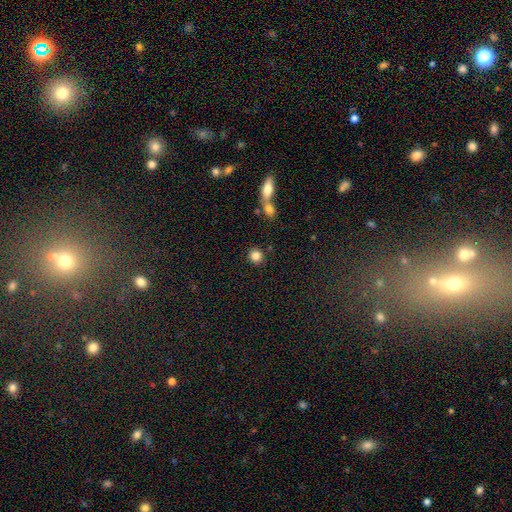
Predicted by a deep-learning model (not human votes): smooth 84%, star or artifact 10%, featured or disk 5%. Down the decision tree: how rounded — round (90%); merging — none (84%).